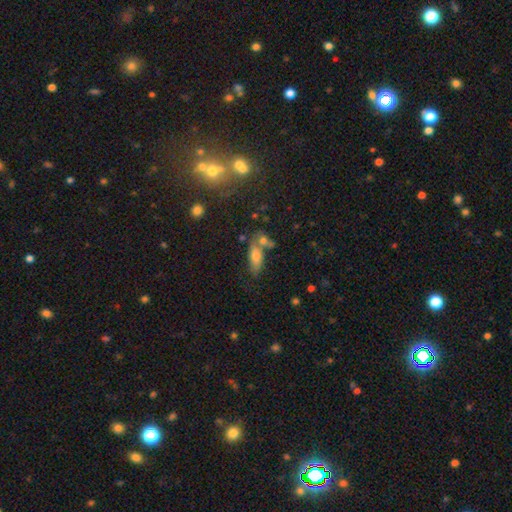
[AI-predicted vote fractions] Smooth or featured: smooth — 67% (featured or disk — 19%)
How rounded: in between — 71% (cigar-shaped — 24%)
Merging: none — 52% (merger — 26%)